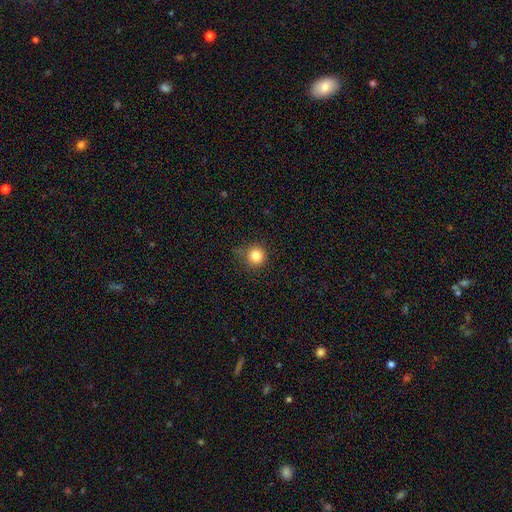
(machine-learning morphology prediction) Smooth or featured?
  - smooth: 83% *
  - star or artifact: 12%
  - featured or disk: 5%
How rounded?
  - round: 94% *
  - in between: 5%
  - cigar-shaped: 1%
Merging?
  - none: 82% *
  - minor disturbance: 13%
  - major disturbance: 3%
  - merger: 2%